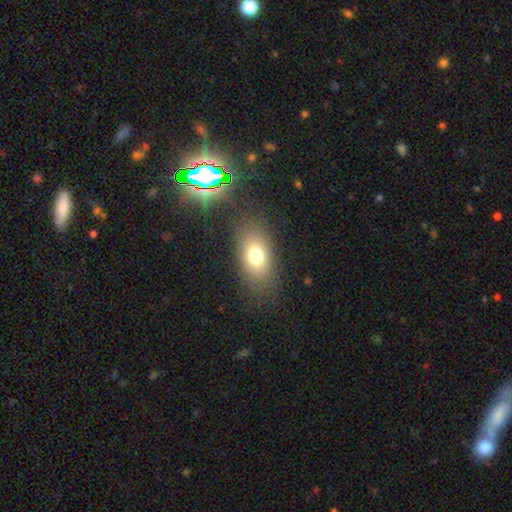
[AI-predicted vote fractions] smooth-or-featured: smooth: 73% | featured or disk: 14% | star or artifact: 13%
  how-rounded: in between: 82% | round: 15% | cigar-shaped: 3%
  merging: none: 79% | minor disturbance: 12% | major disturbance: 7% | merger: 3%